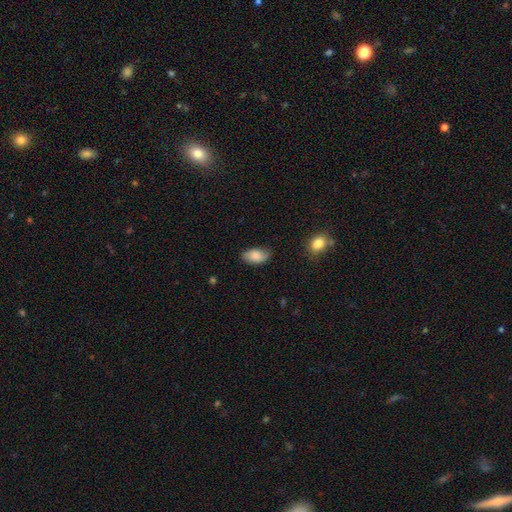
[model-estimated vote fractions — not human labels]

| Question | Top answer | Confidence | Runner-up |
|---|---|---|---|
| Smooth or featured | smooth | 83% | featured or disk (10%) |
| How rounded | in between | 94% | round (4%) |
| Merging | none | 79% | minor disturbance (17%) |